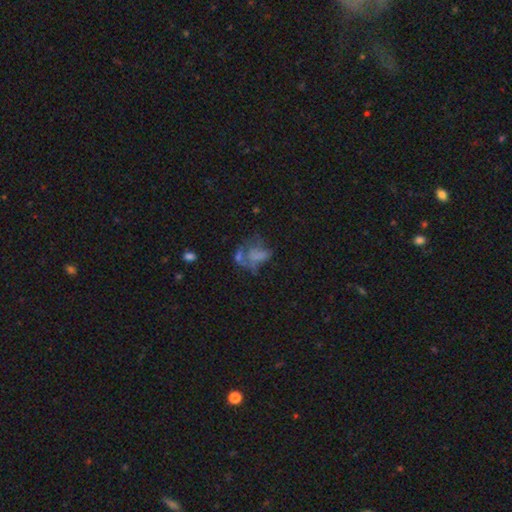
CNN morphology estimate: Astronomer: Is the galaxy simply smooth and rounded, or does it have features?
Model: smooth — 43% (runner-up: featured or disk, 41%).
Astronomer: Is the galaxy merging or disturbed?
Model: major disturbance — 39% (runner-up: none, 26%).